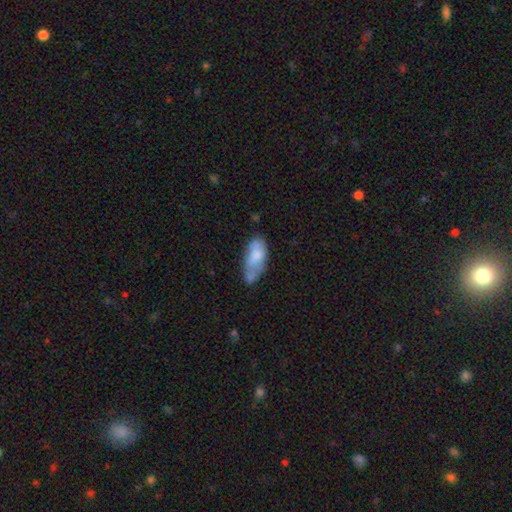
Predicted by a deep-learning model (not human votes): Overall: smooth (65%; featured or disk 28%). How rounded: in between (85%). Merging: none (40%; minor disturbance 32%).